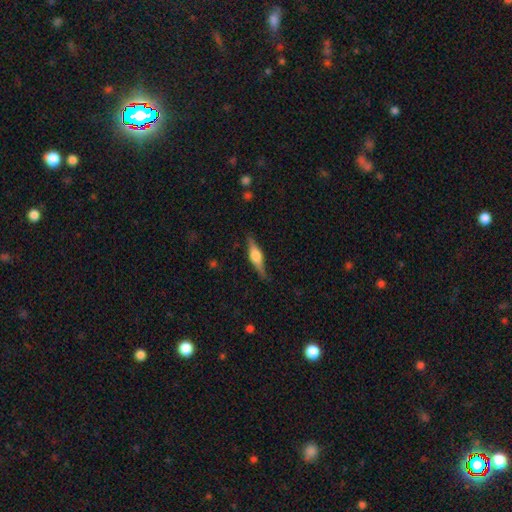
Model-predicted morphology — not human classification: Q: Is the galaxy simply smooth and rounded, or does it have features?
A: featured or disk — 61%.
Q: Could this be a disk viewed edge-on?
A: yes — 96%.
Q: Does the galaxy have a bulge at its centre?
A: rounded — 85%.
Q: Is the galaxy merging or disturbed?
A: none — 84%.